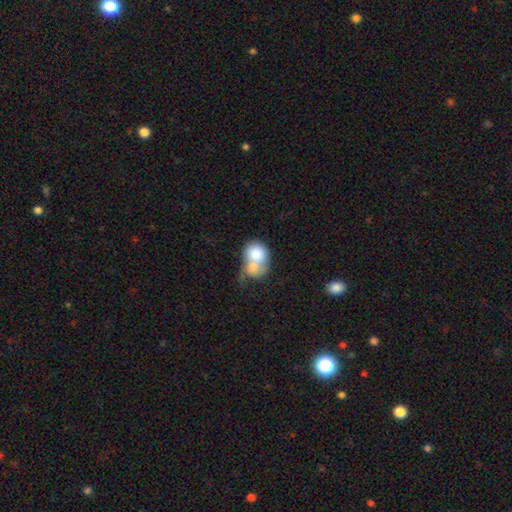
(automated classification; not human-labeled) The model was most divided on "how rounded": round: 55%, in between: 43%, cigar-shaped: 1%. More confident: smooth or featured — smooth (75%); merging — merger (71%).